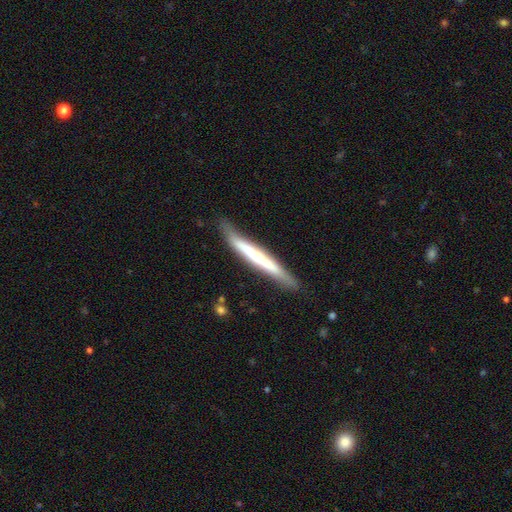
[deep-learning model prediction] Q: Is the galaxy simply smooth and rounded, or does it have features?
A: featured or disk — 50%.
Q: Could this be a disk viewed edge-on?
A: yes — 92%.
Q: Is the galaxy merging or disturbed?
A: none — 80%.